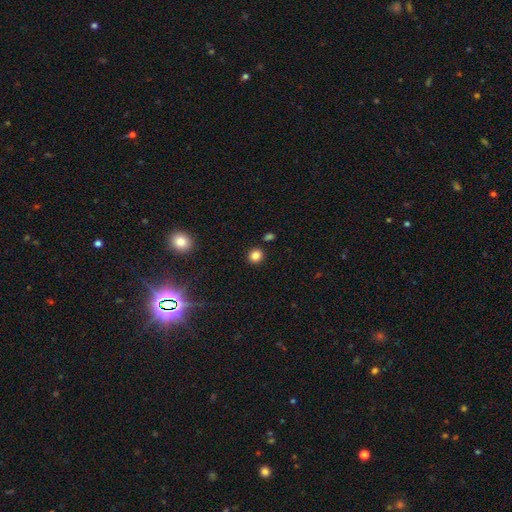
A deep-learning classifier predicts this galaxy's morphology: type=smooth (83%); roundness=round (90%); merging=none (88%).